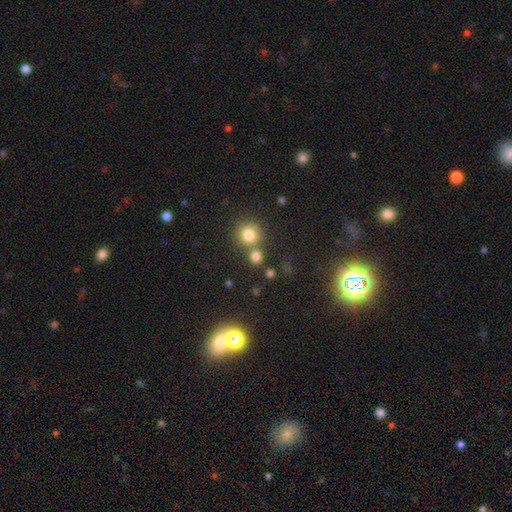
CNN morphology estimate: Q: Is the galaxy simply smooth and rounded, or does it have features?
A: smooth — 68%.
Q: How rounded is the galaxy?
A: round — 90%.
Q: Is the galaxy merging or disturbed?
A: none — 68%.